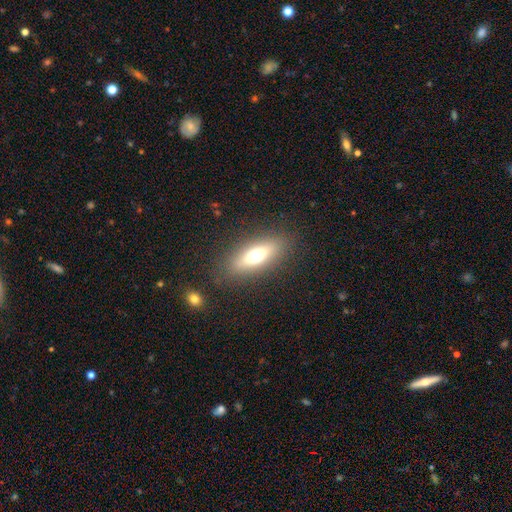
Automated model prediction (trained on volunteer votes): Q: Smooth or featured?
A: smooth (60%); runner-up: featured or disk (31%)
Q: How rounded?
A: in between (60%); runner-up: cigar-shaped (36%)
Q: Merging?
A: none (85%); runner-up: minor disturbance (10%)